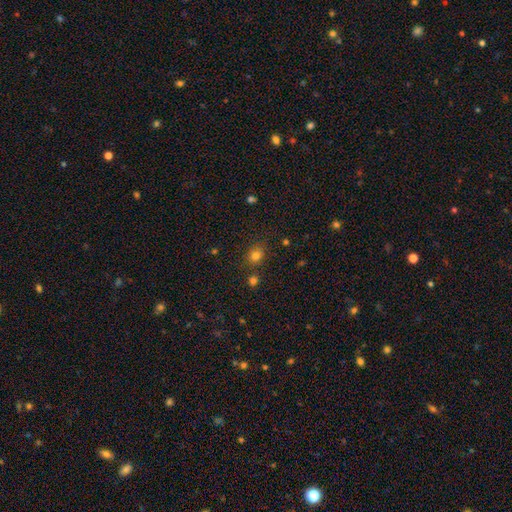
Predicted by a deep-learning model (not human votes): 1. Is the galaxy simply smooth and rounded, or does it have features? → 77% smooth, 17% star or artifact, 6% featured or disk.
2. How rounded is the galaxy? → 62% round, 37% in between, 1% cigar-shaped.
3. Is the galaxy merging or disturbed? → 77% none, 12% minor disturbance, 7% merger, 4% major disturbance.